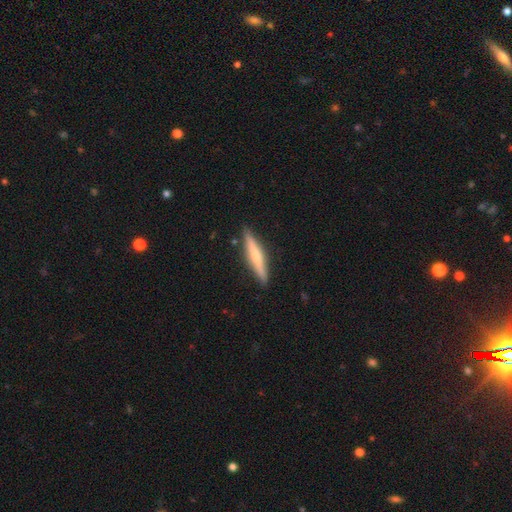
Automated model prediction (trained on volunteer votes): The model was most divided on "smooth or featured": smooth: 49%, featured or disk: 46%, star or artifact: 6%. More confident: merging — none (89%).